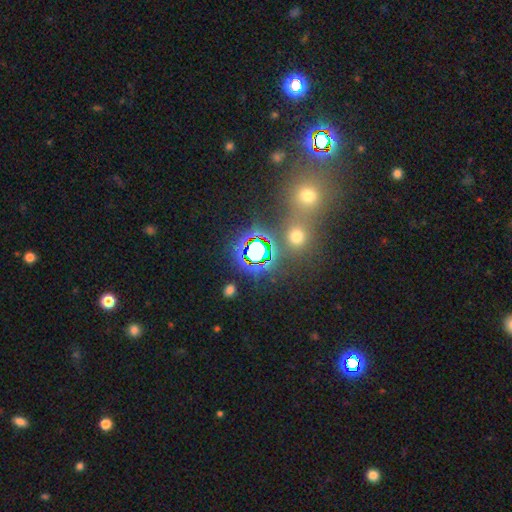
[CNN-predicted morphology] Smooth or featured?
  - star or artifact: 65% *
  - smooth: 26%
  - featured or disk: 10%